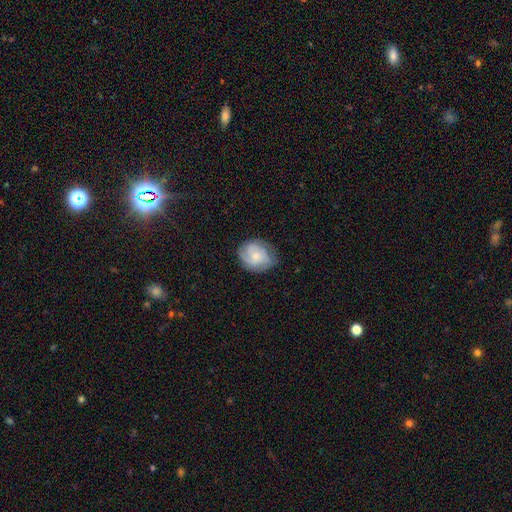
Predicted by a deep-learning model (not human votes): smooth_or_featured: featured or disk (p=0.53) [alt: smooth p=0.40]
disk_edge_on: no (p=0.97) [alt: yes p=0.03]
bar: no (p=0.75) [alt: weak p=0.22]
has_spiral_arms: yes (p=0.87) [alt: no p=0.13]
bulge_size: small (p=0.52) [alt: moderate p=0.39]
merging: none (p=0.67) [alt: minor disturbance p=0.25]